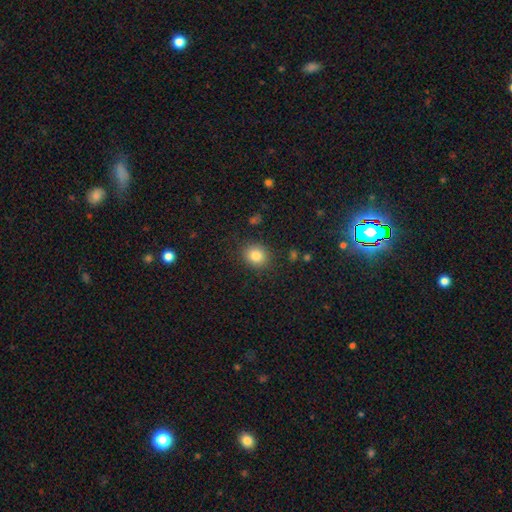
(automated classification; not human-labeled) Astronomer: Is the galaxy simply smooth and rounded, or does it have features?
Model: smooth — 83%.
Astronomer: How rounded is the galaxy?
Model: round — 71%.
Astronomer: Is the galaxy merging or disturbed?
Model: none — 86%.